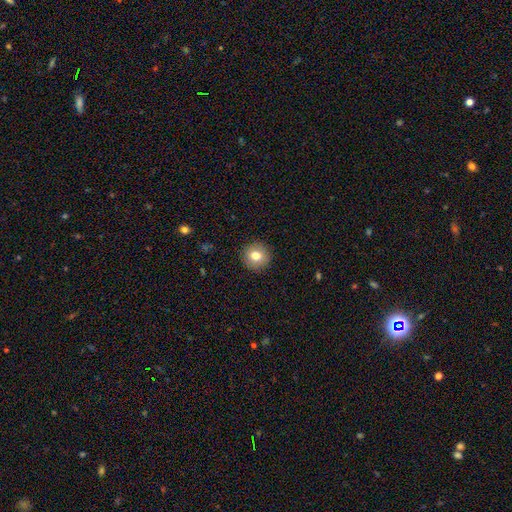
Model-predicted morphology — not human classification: smooth_or_featured: smooth (p=0.79) [alt: featured or disk p=0.12]
how_rounded: round (p=0.94) [alt: in between p=0.05]
merging: none (p=0.92) [alt: minor disturbance p=0.05]